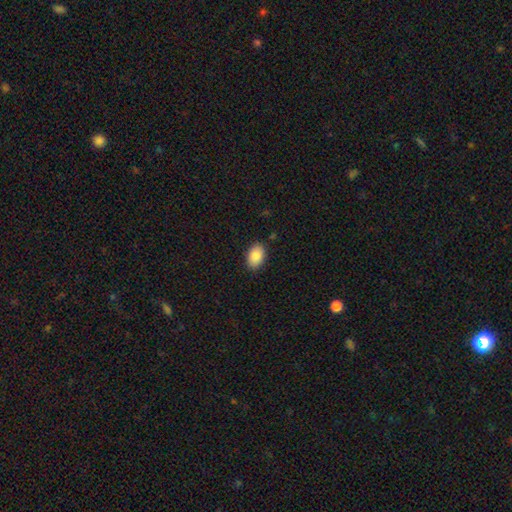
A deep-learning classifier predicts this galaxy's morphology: Smooth or featured? Predicted: smooth (p=0.86). How rounded? Predicted: in between (p=0.88). Merging? Predicted: none (p=0.87).